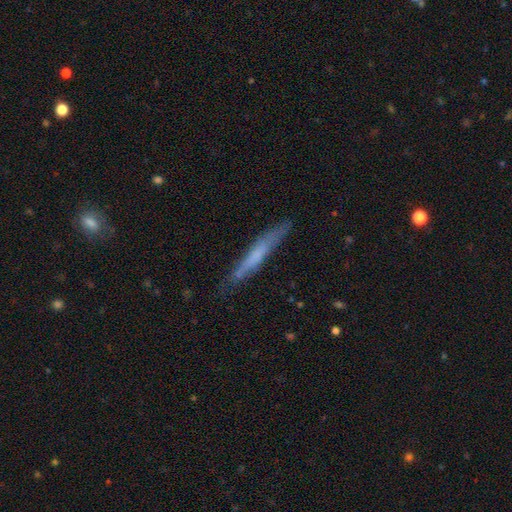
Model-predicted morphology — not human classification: A smooth galaxy with no disk features (50%).

Vote fractions:
- Smooth or featured? smooth: 50% / featured or disk: 44% / star or artifact: 7%
- Merging? none: 78% / minor disturbance: 17% / major disturbance: 3% / merger: 2%